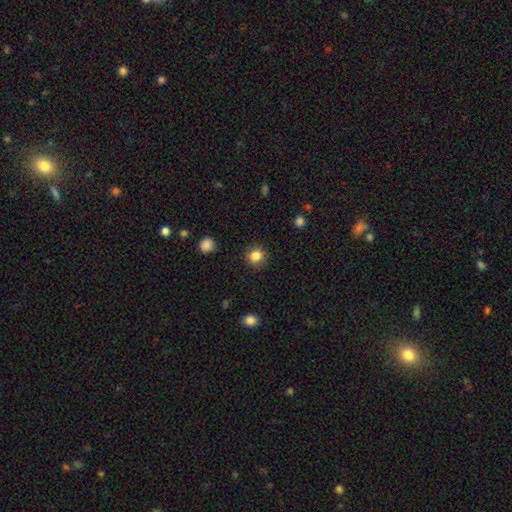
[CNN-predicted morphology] Smooth or featured?
  - smooth: 86% *
  - star or artifact: 10%
  - featured or disk: 4%
How rounded?
  - round: 89% *
  - in between: 10%
  - cigar-shaped: 1%
Merging?
  - none: 89% *
  - minor disturbance: 7%
  - major disturbance: 2%
  - merger: 1%